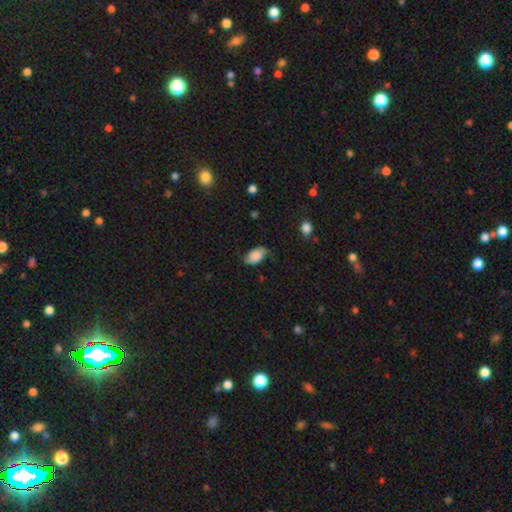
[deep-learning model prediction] smooth-or-featured: smooth: 73% | featured or disk: 19% | star or artifact: 8%
  how-rounded: in between: 92% | round: 6% | cigar-shaped: 2%
  merging: none: 59% | minor disturbance: 29% | major disturbance: 10% | merger: 2%